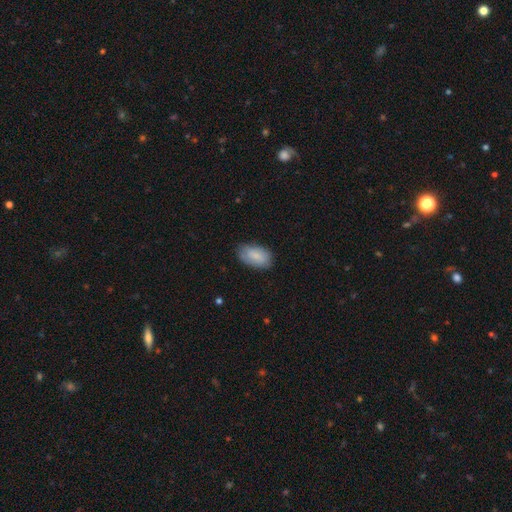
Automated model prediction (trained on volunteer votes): This is clearly a smooth galaxy (83%). How rounded: clearly in between (94%). Merging: likely none (77%).